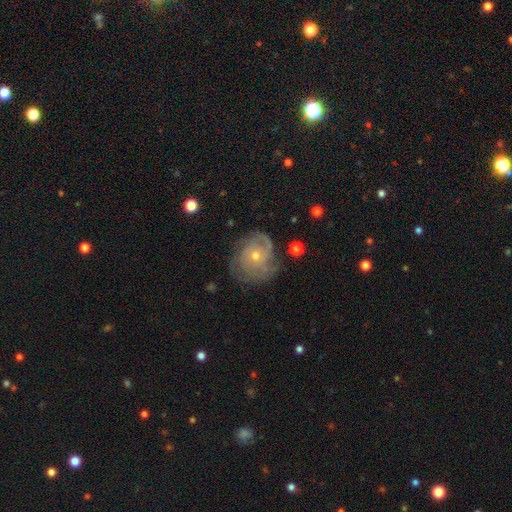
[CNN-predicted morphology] The model was most divided on "spiral arm count": can't tell: 35%, 3: 23%, 2: 23%, 4: 8%, 1: 7%, more than 4: 5%. More confident: edge-on disk — no (97%); spiral arms — yes (91%); bar — no (81%); smooth or featured — featured or disk (78%); merging — none (69%); bulge size — small (62%); spiral winding — tight (59%).